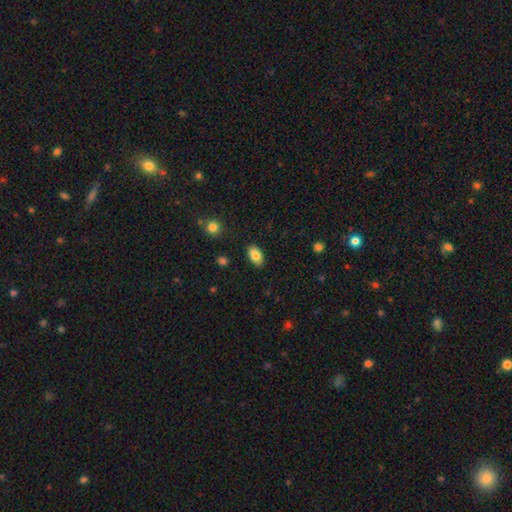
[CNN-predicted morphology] A smooth galaxy with no disk features (82%) that is in between round and cigar-shaped (92%). Merging: none (87%).